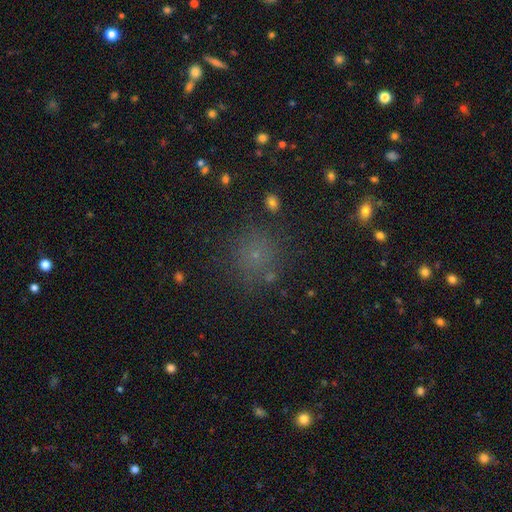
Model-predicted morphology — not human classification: Smooth or featured? Predicted: smooth (p=0.61). How rounded? Predicted: round (p=0.92). Merging? Predicted: none (p=0.83).